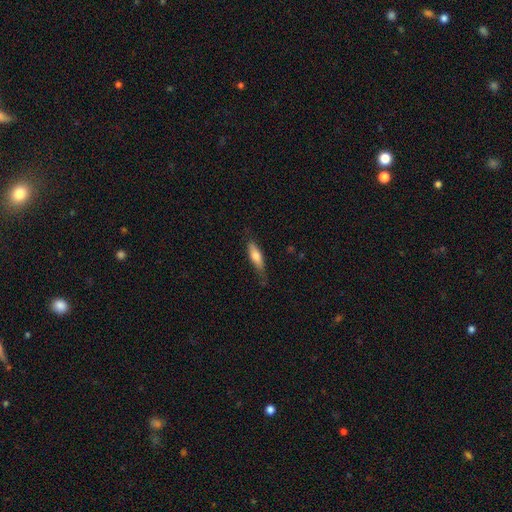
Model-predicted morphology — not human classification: Smooth or featured: smooth — 70% (featured or disk — 24%)
How rounded: cigar-shaped — 56% (in between — 42%)
Merging: none — 69% (minor disturbance — 24%)